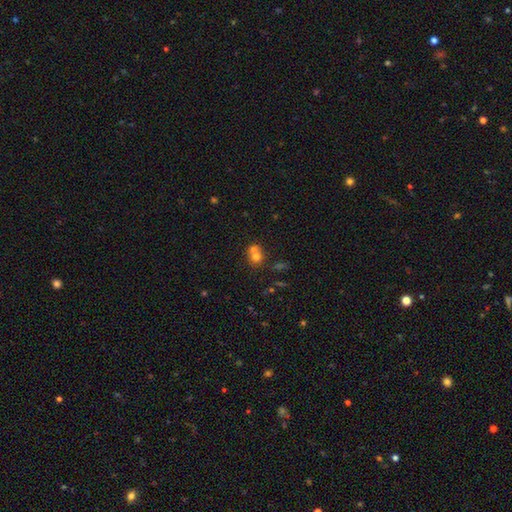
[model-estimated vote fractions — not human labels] Smooth or featured: smooth — 69% (featured or disk — 17%)
How rounded: round — 74% (in between — 25%)
Merging: merger — 59% (none — 32%)